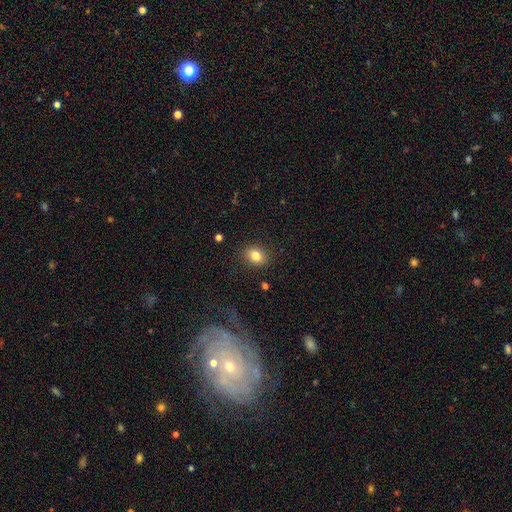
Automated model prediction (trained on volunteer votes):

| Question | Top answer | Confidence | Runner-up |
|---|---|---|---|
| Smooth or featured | smooth | 82% | star or artifact (10%) |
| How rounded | in between | 58% | round (41%) |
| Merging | none | 87% | minor disturbance (9%) |